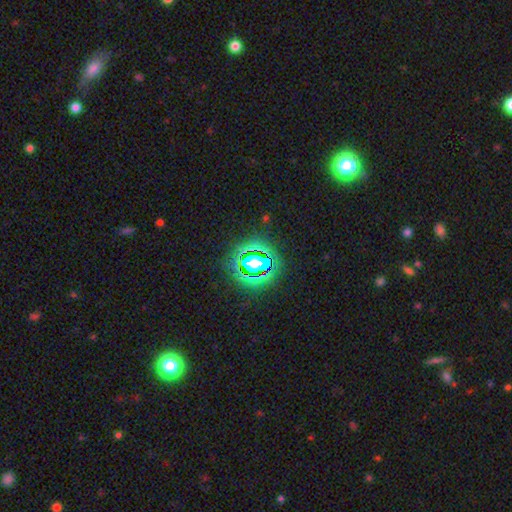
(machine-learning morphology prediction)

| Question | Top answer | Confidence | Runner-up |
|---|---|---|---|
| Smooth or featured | star or artifact | 78% | smooth (14%) |